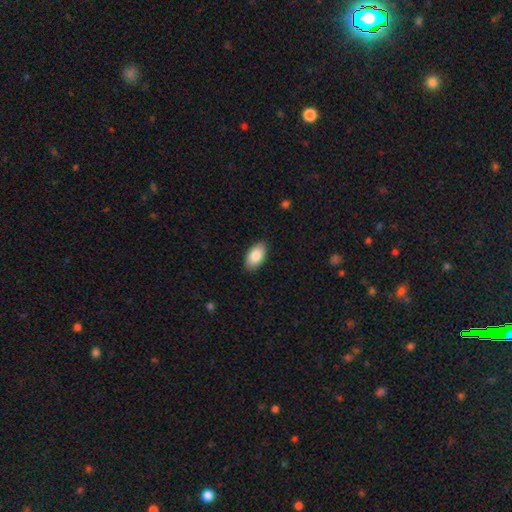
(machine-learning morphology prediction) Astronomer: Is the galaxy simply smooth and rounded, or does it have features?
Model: smooth — 85%.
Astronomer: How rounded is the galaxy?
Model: in between — 94%.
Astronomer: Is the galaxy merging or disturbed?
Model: none — 86%.